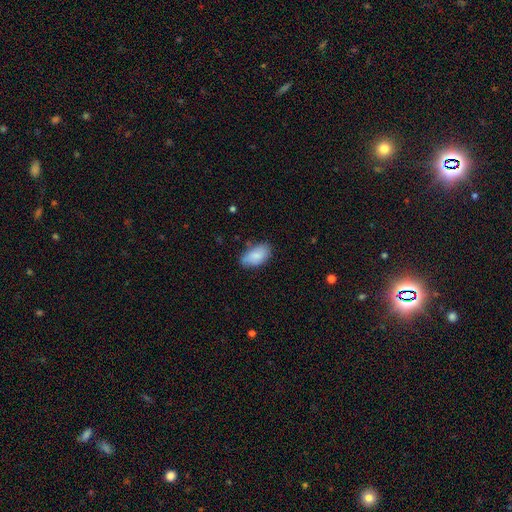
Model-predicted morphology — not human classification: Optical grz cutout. It shows a smooth galaxy with no disk features (83%) that is in between round and cigar-shaped (94%). Merging: none (67%).